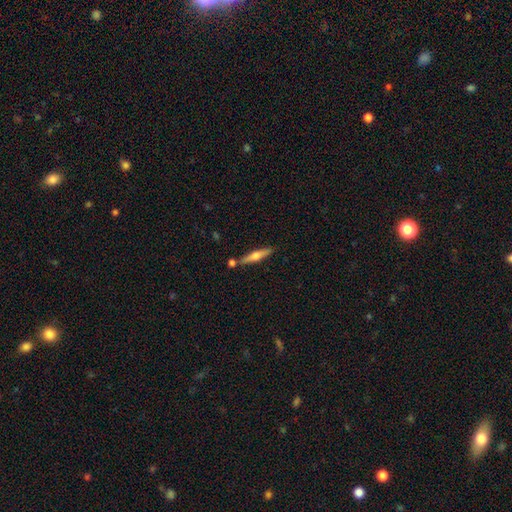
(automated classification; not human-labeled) Smooth or featured? featured or disk (57%)
Edge-on disk? yes (96%)
Edge-on bulge? rounded (91%)
Merging? none (79%)